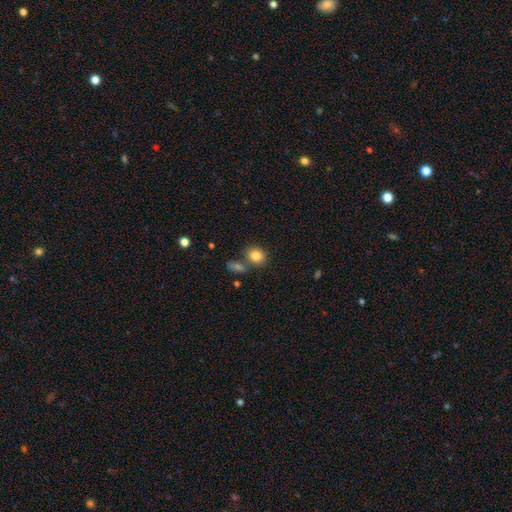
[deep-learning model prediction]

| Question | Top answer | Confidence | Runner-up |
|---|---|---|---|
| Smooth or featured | smooth | 83% | star or artifact (10%) |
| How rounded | round | 65% | in between (34%) |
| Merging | none | 64% | merger (19%) |